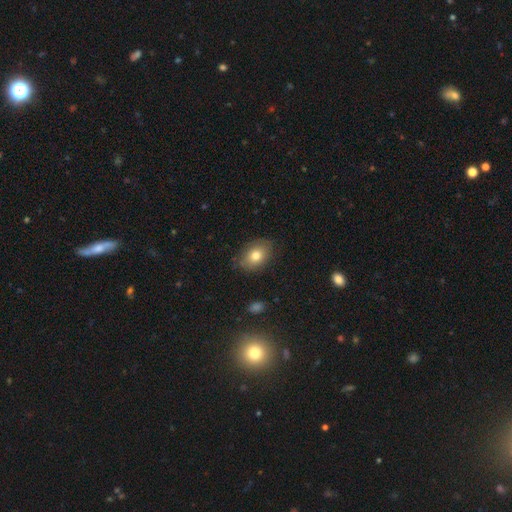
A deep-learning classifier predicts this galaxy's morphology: Smooth or featured: smooth — 77% (featured or disk — 14%)
How rounded: in between — 80% (round — 19%)
Merging: none — 80% (minor disturbance — 15%)